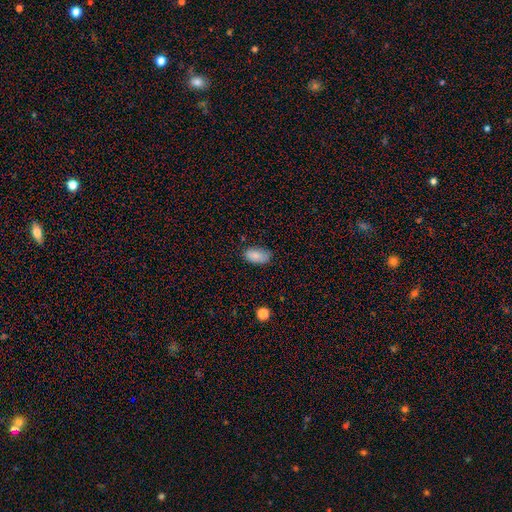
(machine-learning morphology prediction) smooth 84%, star or artifact 8%, featured or disk 8%. Down the decision tree: how rounded — in between (93%); merging — none (73%).